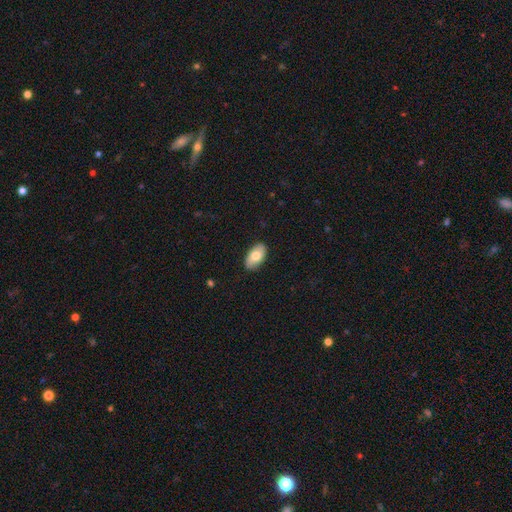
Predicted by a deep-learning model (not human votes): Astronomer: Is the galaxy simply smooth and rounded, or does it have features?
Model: smooth — 75%.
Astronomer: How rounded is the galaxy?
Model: in between — 95%.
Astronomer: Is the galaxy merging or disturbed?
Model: none — 87%.